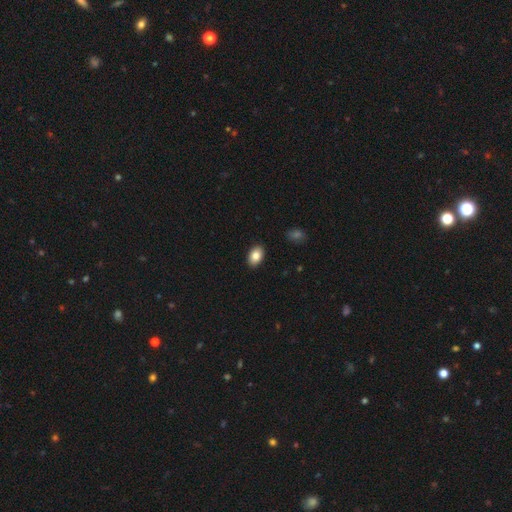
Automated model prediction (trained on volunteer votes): Morphology: type=smooth (85%); roundness=in between (88%); merging=none (90%).